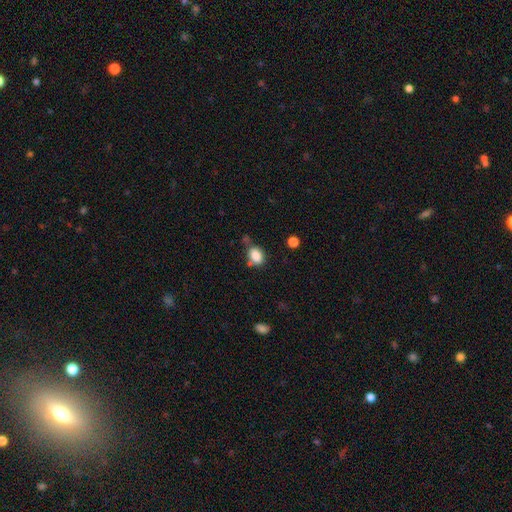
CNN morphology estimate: Smooth or featured? smooth (84%)
How rounded? in between (64%)
Merging? none (60%)